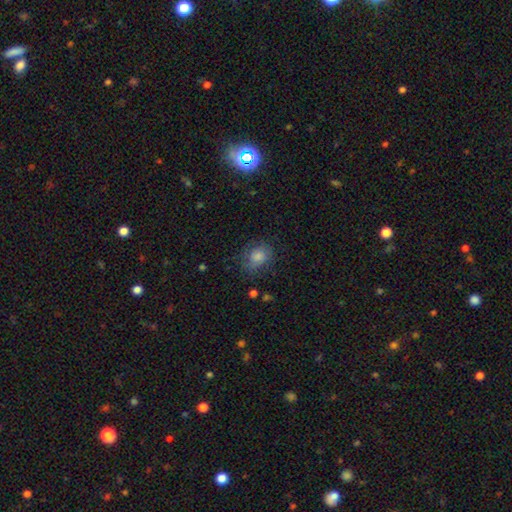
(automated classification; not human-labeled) Smooth or featured?
  - smooth: 60% *
  - star or artifact: 27%
  - featured or disk: 13%
How rounded?
  - round: 56% *
  - in between: 43%
  - cigar-shaped: 1%
Merging?
  - none: 76% *
  - minor disturbance: 17%
  - major disturbance: 6%
  - merger: 2%